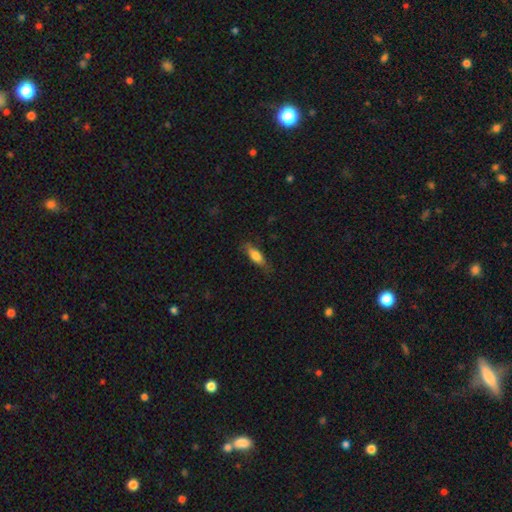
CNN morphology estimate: Q: Smooth or featured?
A: smooth (67%); runner-up: featured or disk (26%)
Q: How rounded?
A: in between (49%); runner-up: cigar-shaped (48%)
Q: Merging?
A: none (75%); runner-up: minor disturbance (19%)